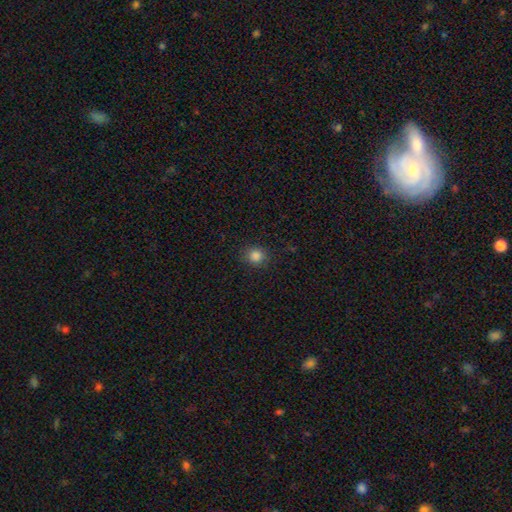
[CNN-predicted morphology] type=smooth (85%); roundness=round (87%); merging=none (89%).